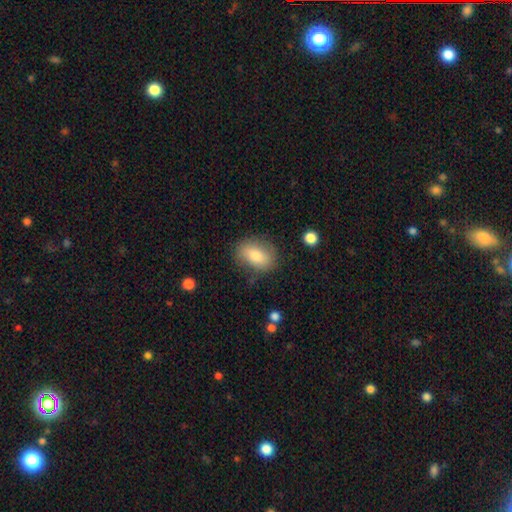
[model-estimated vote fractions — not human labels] Morphology: type=smooth (73%); roundness=in between (75%); merging=none (77%).